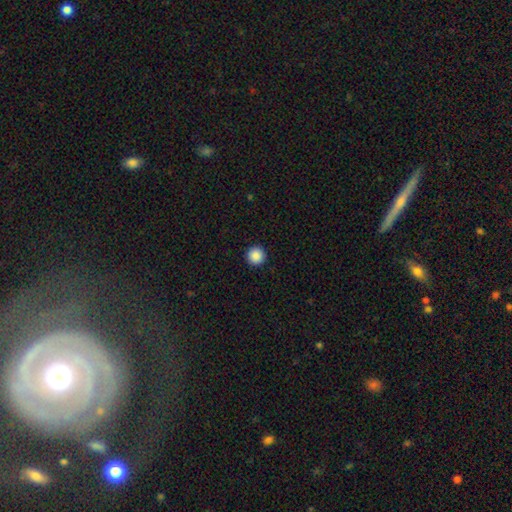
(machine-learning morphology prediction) This is clearly a smooth galaxy (88%). How rounded: clearly round (96%). Merging: clearly none (93%).